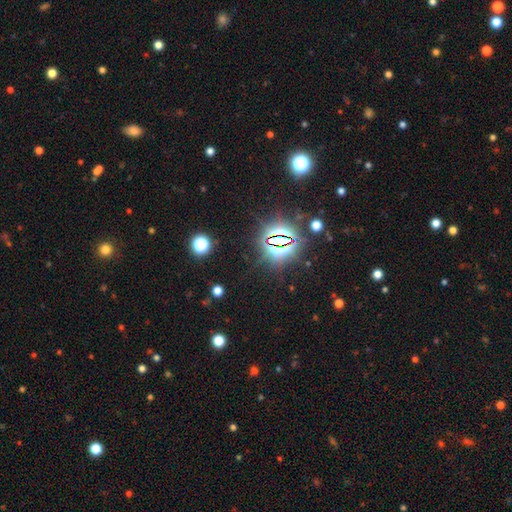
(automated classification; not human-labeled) This appears to be a star or artifact, not a galaxy (80%).